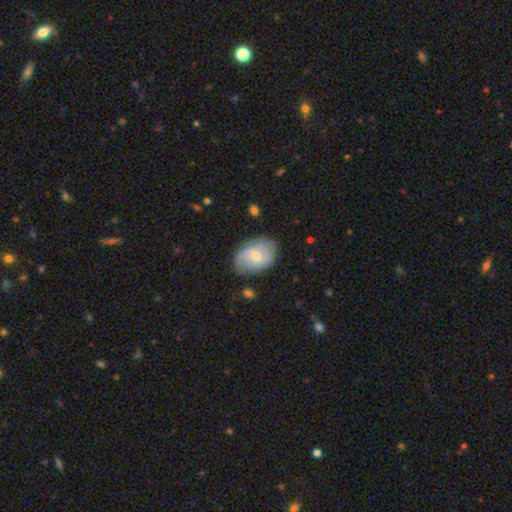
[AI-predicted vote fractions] smooth-or-featured: smooth: 51% | featured or disk: 42% | star or artifact: 7%
  how-rounded: in between: 75% | round: 23% | cigar-shaped: 1%
  merging: none: 72% | minor disturbance: 20% | major disturbance: 6% | merger: 2%